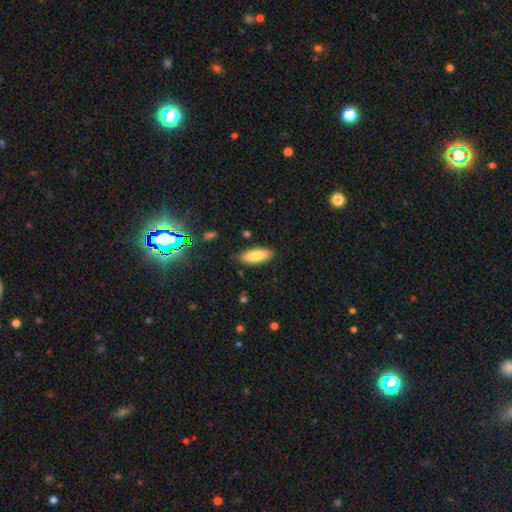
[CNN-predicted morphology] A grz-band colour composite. It shows a smooth galaxy with no disk features (82%) that is in between round and cigar-shaped (77%). Merging: none (85%).